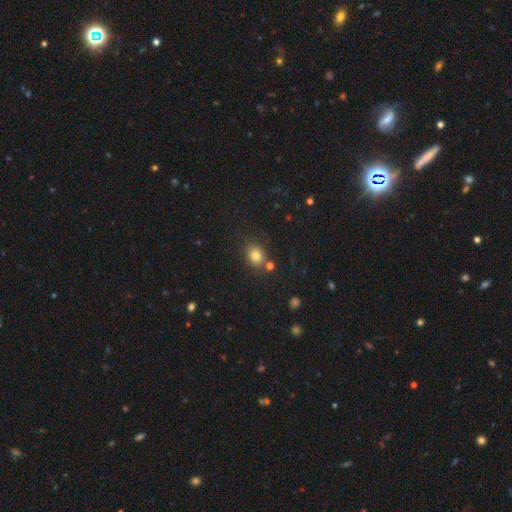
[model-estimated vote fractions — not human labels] smooth 79%, star or artifact 13%, featured or disk 7%. Down the decision tree: how rounded — round (59%); merging — none (76%).